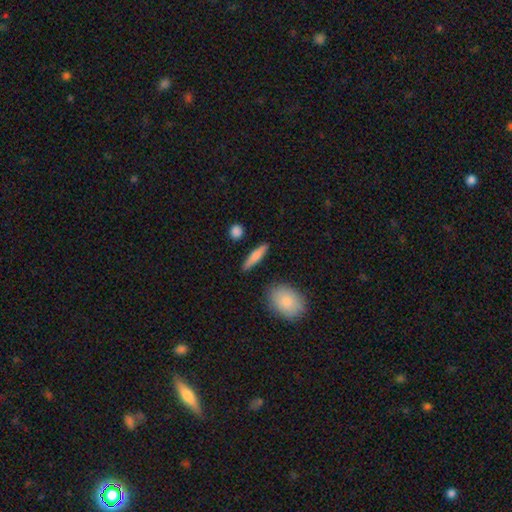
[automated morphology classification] Q: Smooth or featured?
A: smooth (67%); runner-up: featured or disk (27%)
Q: How rounded?
A: cigar-shaped (77%); runner-up: in between (19%)
Q: Merging?
A: none (87%); runner-up: minor disturbance (8%)